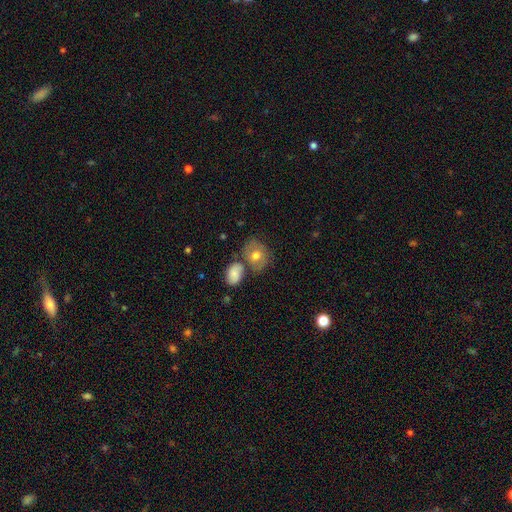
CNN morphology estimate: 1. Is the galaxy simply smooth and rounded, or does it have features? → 65% smooth, 26% featured or disk, 9% star or artifact.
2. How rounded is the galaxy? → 50% in between, 49% round, 1% cigar-shaped.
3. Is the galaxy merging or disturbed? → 51% none, 25% merger, 17% minor disturbance, 7% major disturbance.